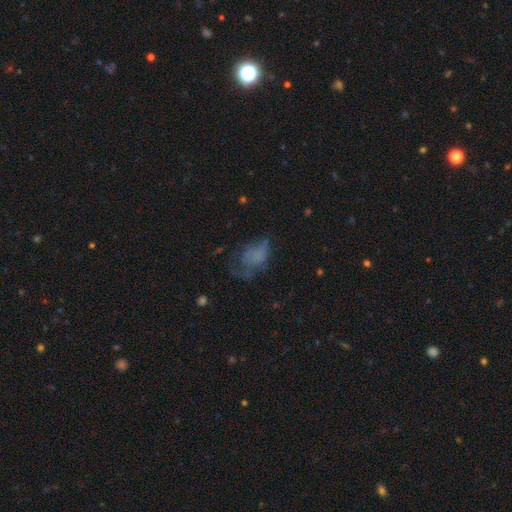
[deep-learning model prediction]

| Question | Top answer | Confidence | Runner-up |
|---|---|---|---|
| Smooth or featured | smooth | 50% | featured or disk (33%) |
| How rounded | in between | 77% | round (21%) |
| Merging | major disturbance | 46% | none (28%) |